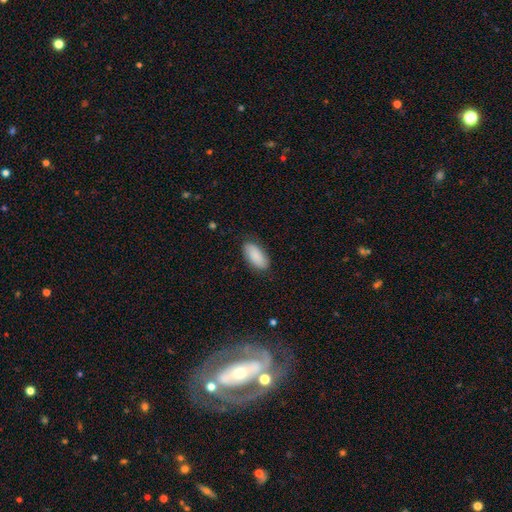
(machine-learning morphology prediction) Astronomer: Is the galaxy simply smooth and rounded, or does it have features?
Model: smooth — 86%.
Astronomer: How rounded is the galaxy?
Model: in between — 90%.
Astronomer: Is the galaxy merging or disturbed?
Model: none — 86%.